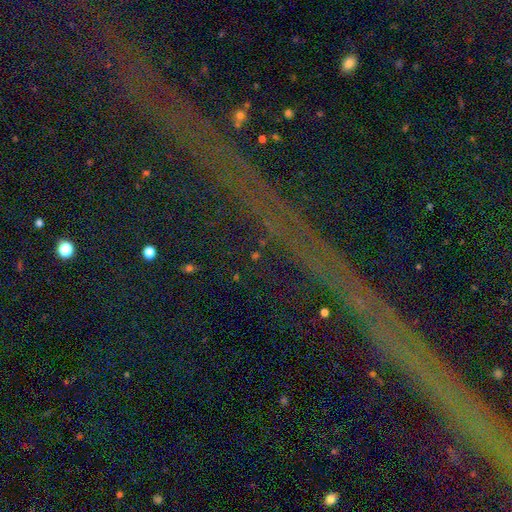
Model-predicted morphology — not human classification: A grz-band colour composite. It shows a star or artifact, not a galaxy (75%).